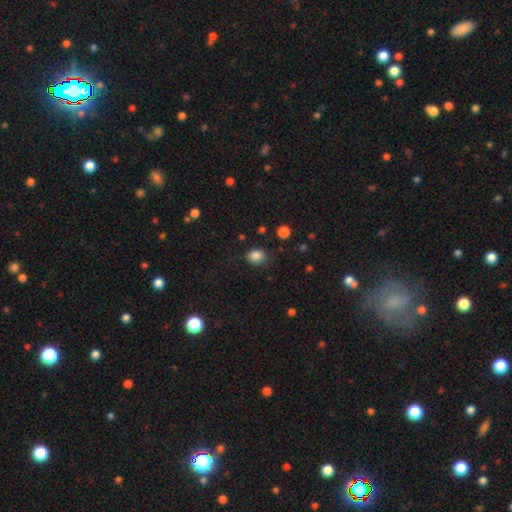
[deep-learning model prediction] Smooth or featured: smooth — 85% (star or artifact — 11%)
How rounded: round — 58% (in between — 41%)
Merging: none — 76% (minor disturbance — 17%)